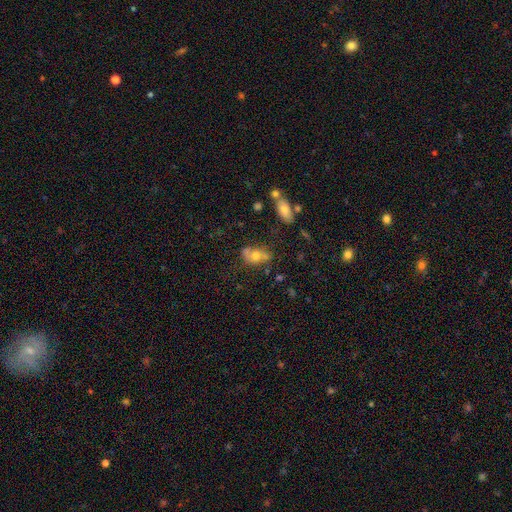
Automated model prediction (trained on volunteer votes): smooth-or-featured: smooth: 58% | featured or disk: 30% | star or artifact: 12%
  how-rounded: in between: 68% | round: 27% | cigar-shaped: 5%
  merging: none: 48% | merger: 22% | minor disturbance: 20% | major disturbance: 9%